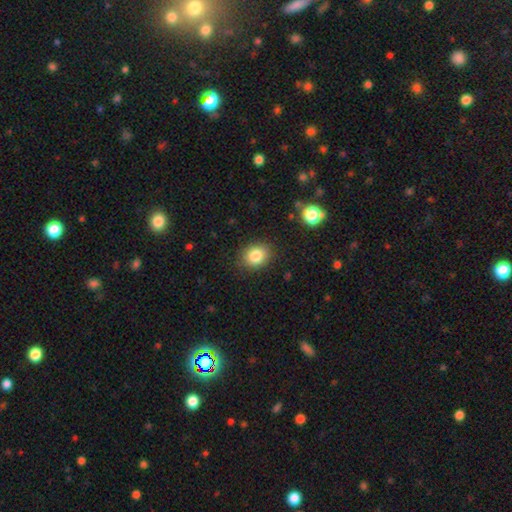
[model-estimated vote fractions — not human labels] A smooth galaxy with no disk features (83%) that is round (61%).

Vote fractions:
- Smooth or featured? smooth: 83% / star or artifact: 10% / featured or disk: 7%
- How rounded? round: 61% / in between: 38% / cigar-shaped: 1%
- Merging? none: 84% / minor disturbance: 11% / major disturbance: 3% / merger: 2%